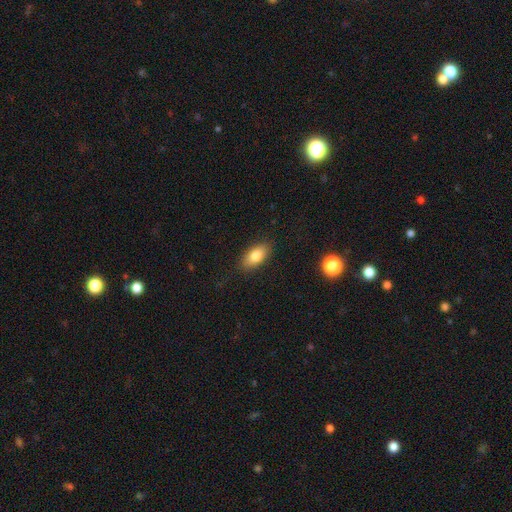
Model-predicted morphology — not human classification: smooth 82%, featured or disk 11%, star or artifact 8%. Down the decision tree: how rounded — in between (89%); merging — none (86%).